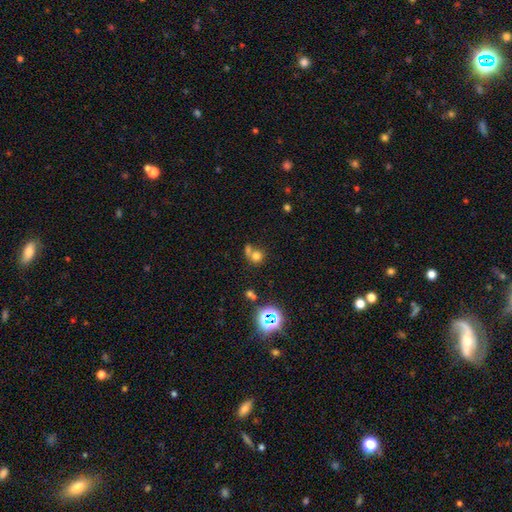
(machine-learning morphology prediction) Smooth or featured: smooth — 68% (star or artifact — 20%)
How rounded: round — 83% (in between — 16%)
Merging: merger — 45% (none — 42%)